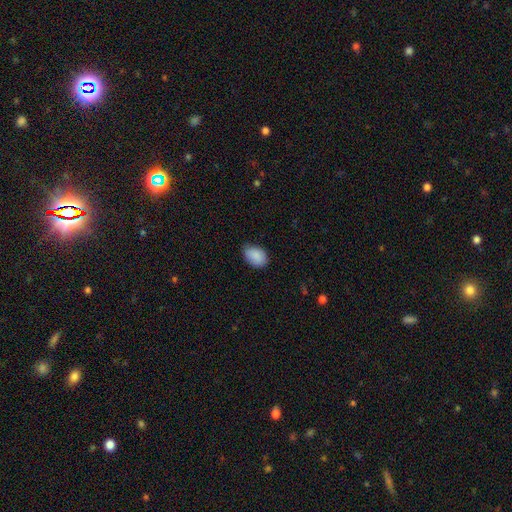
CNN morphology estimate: This appears to be a smooth galaxy with no disk features (89%) that is in between round and cigar-shaped (83%). Merging: none (69%).